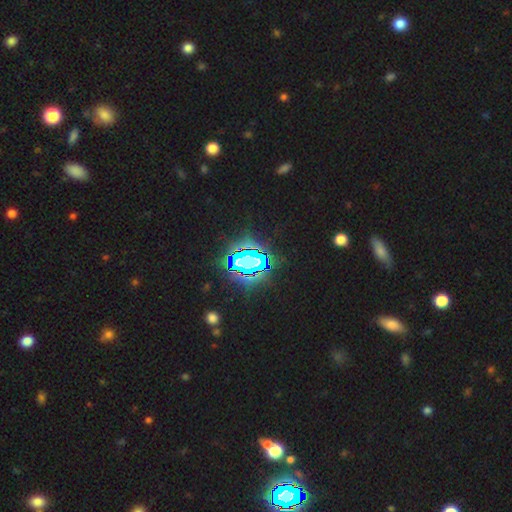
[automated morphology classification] Smooth or featured? star or artifact (73%)